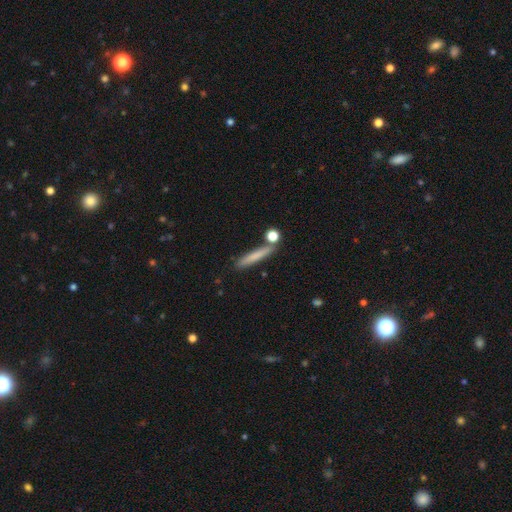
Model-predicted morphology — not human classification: This is likely a smooth galaxy (74%). How rounded: clearly cigar-shaped (91%). Merging: likely none (78%).